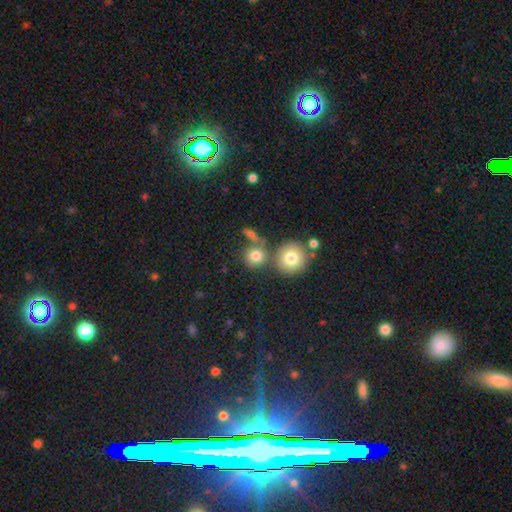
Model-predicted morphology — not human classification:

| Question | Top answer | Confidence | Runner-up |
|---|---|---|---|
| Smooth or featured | smooth | 77% | star or artifact (13%) |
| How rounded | round | 86% | in between (13%) |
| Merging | none | 59% | merger (25%) |